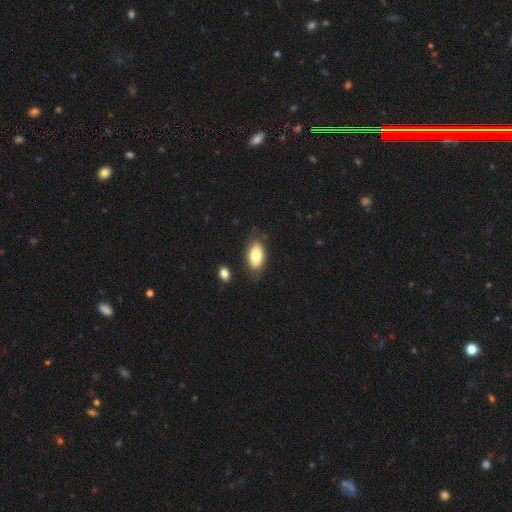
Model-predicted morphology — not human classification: Q: Smooth or featured?
A: smooth (77%); runner-up: featured or disk (16%)
Q: How rounded?
A: in between (92%); runner-up: round (5%)
Q: Merging?
A: none (76%); runner-up: minor disturbance (15%)